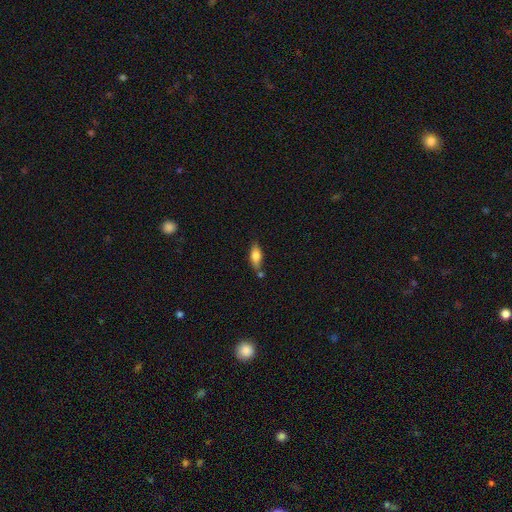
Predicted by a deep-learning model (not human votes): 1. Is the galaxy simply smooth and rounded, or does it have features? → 73% smooth, 20% featured or disk, 7% star or artifact.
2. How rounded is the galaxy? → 76% in between, 21% cigar-shaped, 3% round.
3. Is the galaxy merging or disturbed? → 61% none, 19% minor disturbance, 15% merger, 5% major disturbance.